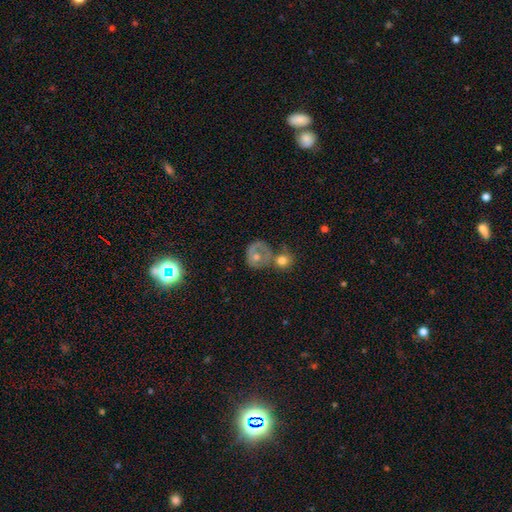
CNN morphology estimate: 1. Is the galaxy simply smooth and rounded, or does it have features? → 54% smooth, 37% featured or disk, 9% star or artifact.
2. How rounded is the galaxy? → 72% round, 27% in between, 1% cigar-shaped.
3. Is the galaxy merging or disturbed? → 42% merger, 28% none, 15% major disturbance, 14% minor disturbance.